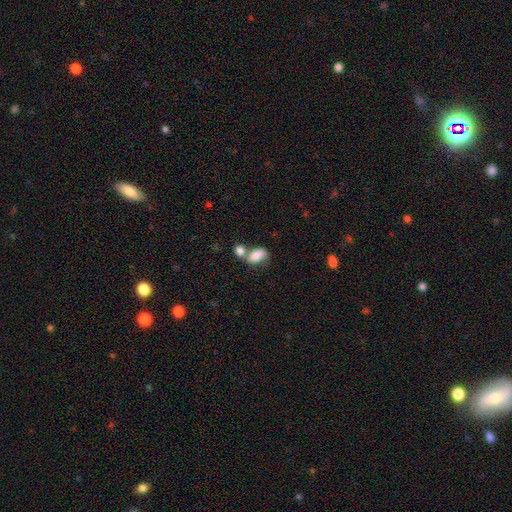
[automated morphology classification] type=smooth (74%); roundness=in between (85%); merging=merger (53%).